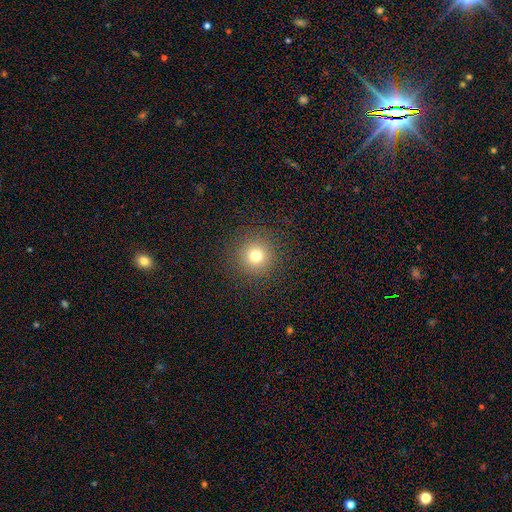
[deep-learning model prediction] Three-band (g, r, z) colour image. It shows a smooth galaxy with no disk features (76%) that is round (96%). Merging: none (91%).